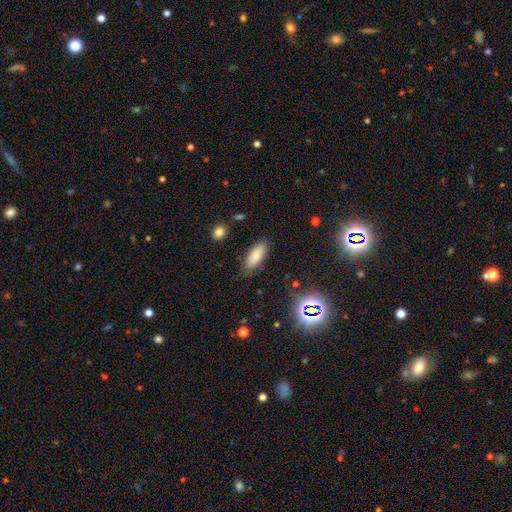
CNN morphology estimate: Smooth or featured: smooth — 84% (star or artifact — 9%)
How rounded: in between — 74% (cigar-shaped — 24%)
Merging: none — 83% (minor disturbance — 12%)